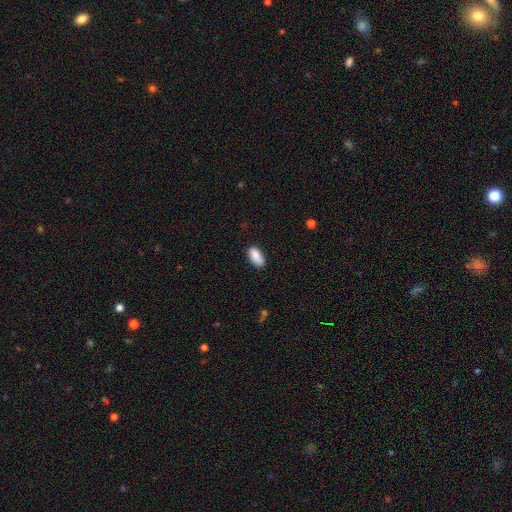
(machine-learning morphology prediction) Overall: smooth (88%). How rounded: in between (92%). Merging: none (80%).